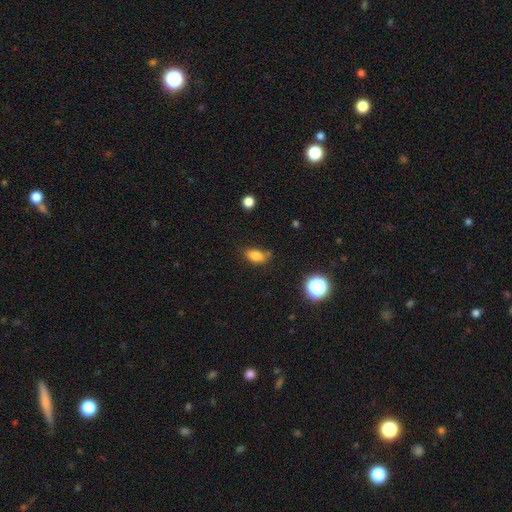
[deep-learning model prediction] This appears to be a smooth galaxy with no disk features (82%) that is in between round and cigar-shaped (86%). Merging: none (67%).